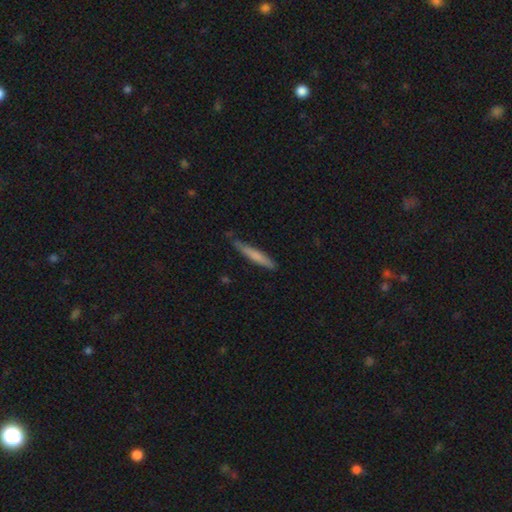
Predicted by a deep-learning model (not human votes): smooth-or-featured: smooth: 71% | featured or disk: 24% | star or artifact: 5%
  how-rounded: cigar-shaped: 94% | in between: 5% | round: 1%
  merging: none: 73% | minor disturbance: 22% | major disturbance: 3% | merger: 2%